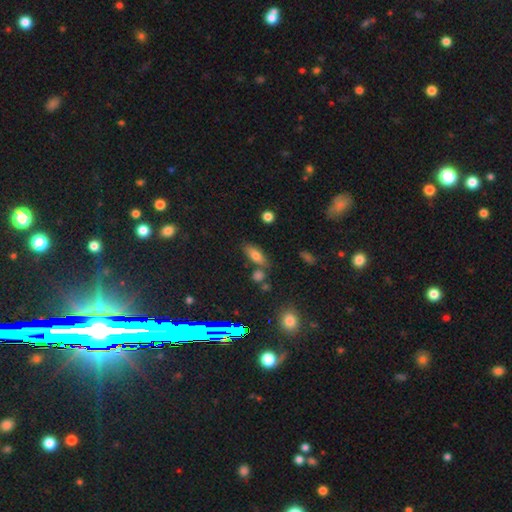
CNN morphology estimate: Smooth or featured? smooth (71%)
How rounded? in between (73%)
Merging? none (68%)